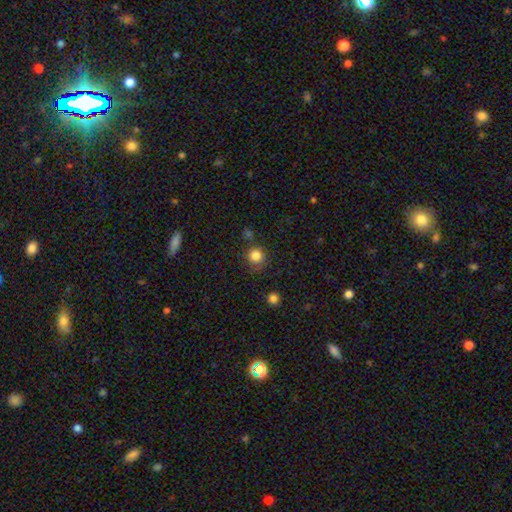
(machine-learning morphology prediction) A smooth galaxy with no disk features (83%) that is round (91%). Merging: none (70%).